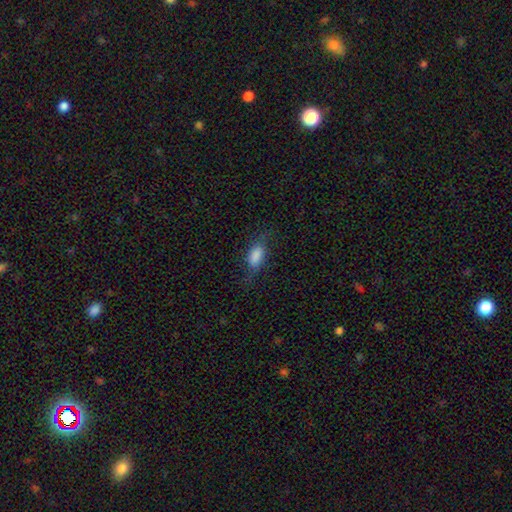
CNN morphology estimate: A smooth galaxy with no disk features (70%) that is in between round and cigar-shaped (85%). Merging: none (61%).